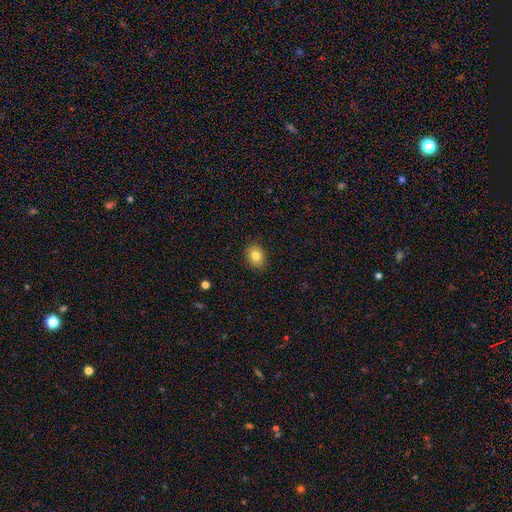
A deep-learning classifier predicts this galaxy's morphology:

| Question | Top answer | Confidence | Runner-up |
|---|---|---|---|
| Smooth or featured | smooth | 81% | star or artifact (10%) |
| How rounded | round | 54% | in between (45%) |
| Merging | none | 89% | minor disturbance (8%) |